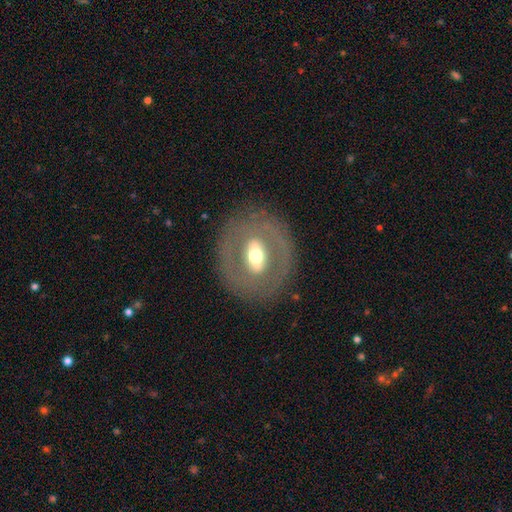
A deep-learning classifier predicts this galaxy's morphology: Overall: featured or disk (64%; smooth 29%). Edge-on disk: no (88%). Bar: strong (45%; weak 28%). Spiral arms: no (82%). Bulge size: moderate (62%). Merging: none (80%).